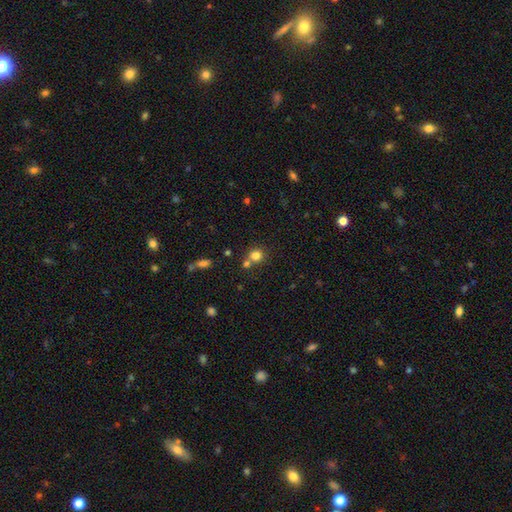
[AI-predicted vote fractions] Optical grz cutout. It shows a smooth galaxy with no disk features (78%) that is round (87%). Merging: none (58%).